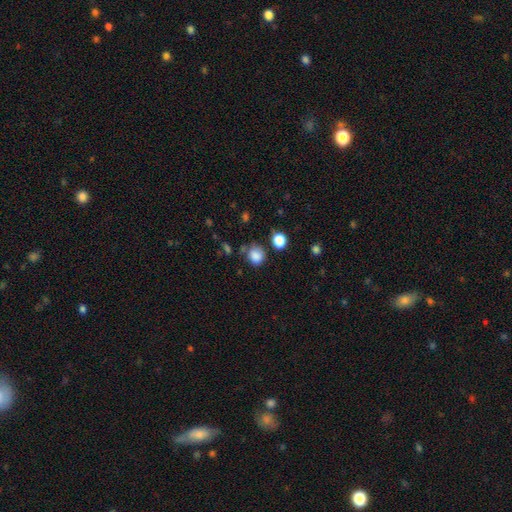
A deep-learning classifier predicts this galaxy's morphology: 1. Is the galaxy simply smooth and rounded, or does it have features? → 84% smooth, 11% star or artifact, 4% featured or disk.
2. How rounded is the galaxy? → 79% round, 21% in between, 1% cigar-shaped.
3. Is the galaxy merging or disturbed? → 69% none, 17% minor disturbance, 8% merger, 6% major disturbance.